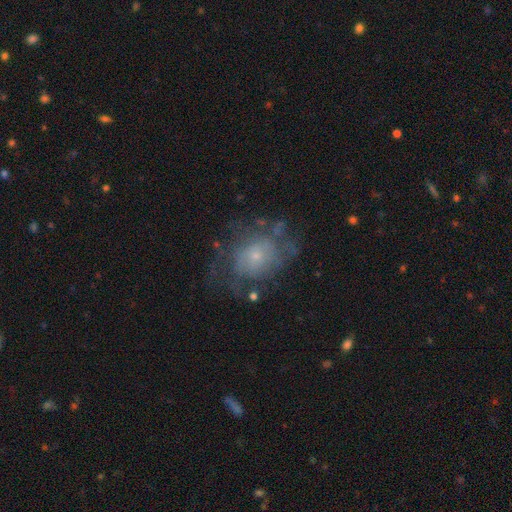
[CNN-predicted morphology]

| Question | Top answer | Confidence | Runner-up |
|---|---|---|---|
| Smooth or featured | featured or disk | 54% | smooth (35%) |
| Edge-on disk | no | 97% | yes (3%) |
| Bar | no | 85% | weak (13%) |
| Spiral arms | no | 51% | yes (49%) |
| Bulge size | small | 70% | moderate (22%) |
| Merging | none | 52% | minor disturbance (23%) |